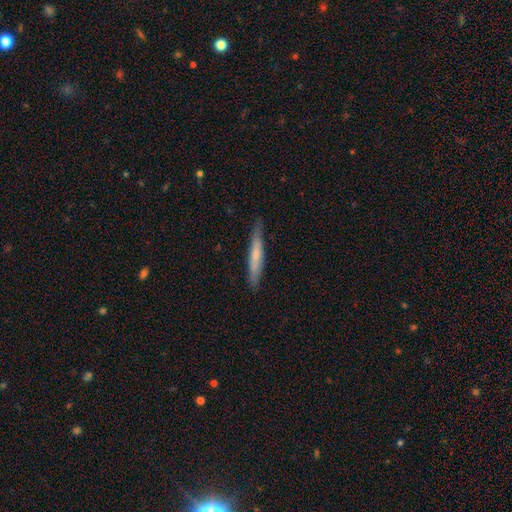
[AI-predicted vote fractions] smooth-or-featured: smooth: 60% | featured or disk: 34% | star or artifact: 6%
  how-rounded: cigar-shaped: 94% | in between: 5% | round: 1%
  merging: none: 82% | minor disturbance: 14% | major disturbance: 2% | merger: 1%